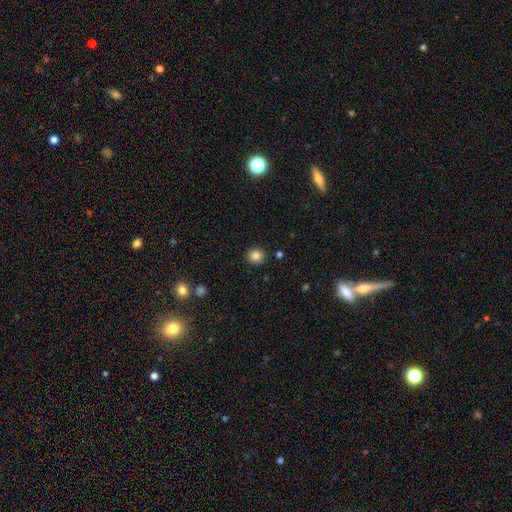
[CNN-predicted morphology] Smooth or featured?
  - smooth: 84% *
  - star or artifact: 11%
  - featured or disk: 5%
How rounded?
  - round: 89% *
  - in between: 10%
  - cigar-shaped: 1%
Merging?
  - none: 91% *
  - minor disturbance: 6%
  - major disturbance: 2%
  - merger: 2%